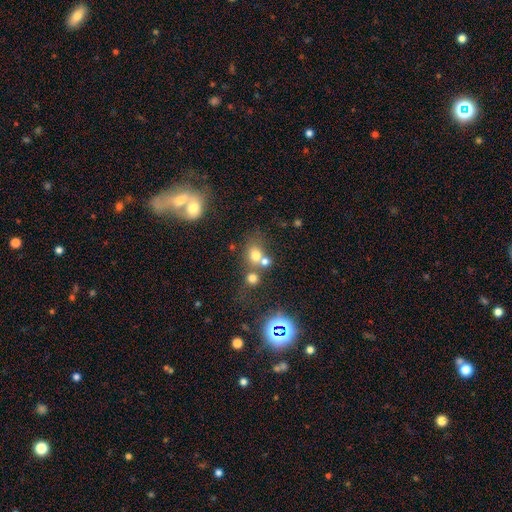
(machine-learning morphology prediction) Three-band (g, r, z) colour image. It shows a smooth galaxy with no disk features (69%) that is round (70%). Merging: none (46%).